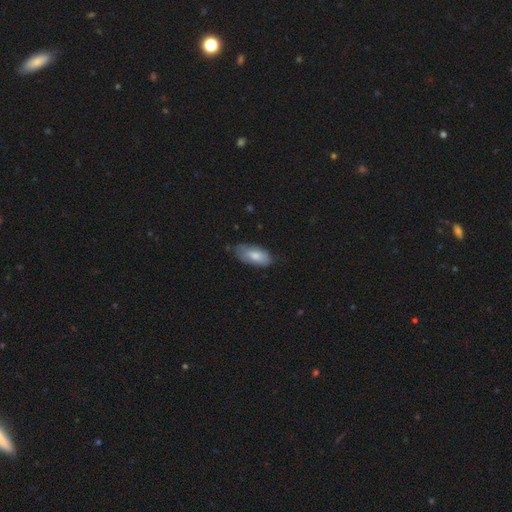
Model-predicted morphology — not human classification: This is likely a smooth galaxy (76%). How rounded: clearly in between (91%). Merging: likely none (63%).